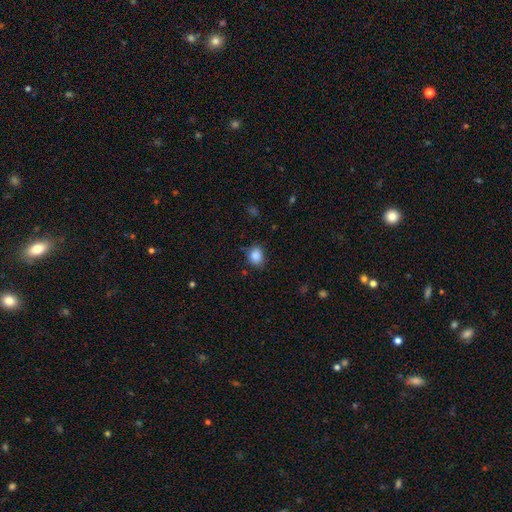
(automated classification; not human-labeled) Overall: smooth (86%). How rounded: round (56%; in between 43%). Merging: none (75%).